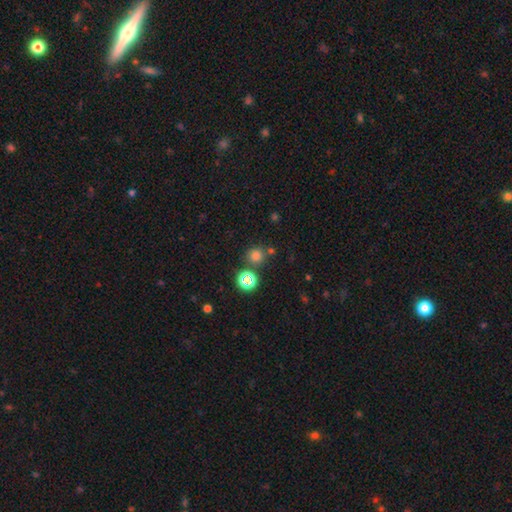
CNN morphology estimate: Smooth or featured?
  - smooth: 73% *
  - star or artifact: 22%
  - featured or disk: 5%
How rounded?
  - round: 91% *
  - in between: 8%
  - cigar-shaped: 1%
Merging?
  - none: 76% *
  - merger: 11%
  - minor disturbance: 9%
  - major disturbance: 4%